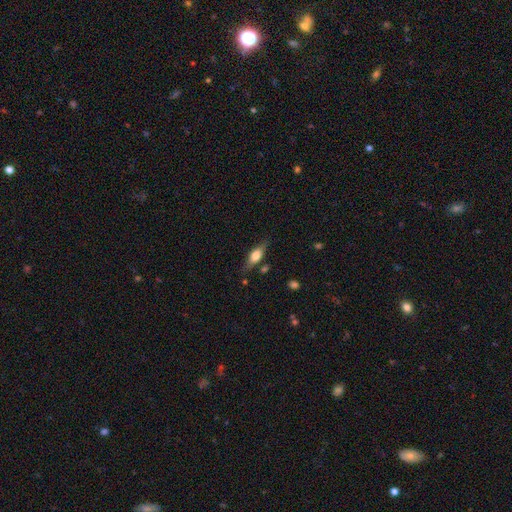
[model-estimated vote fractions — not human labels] Smooth or featured: smooth — 51% (featured or disk — 42%)
How rounded: in between — 61% (cigar-shaped — 35%)
Merging: none — 75% (minor disturbance — 17%)